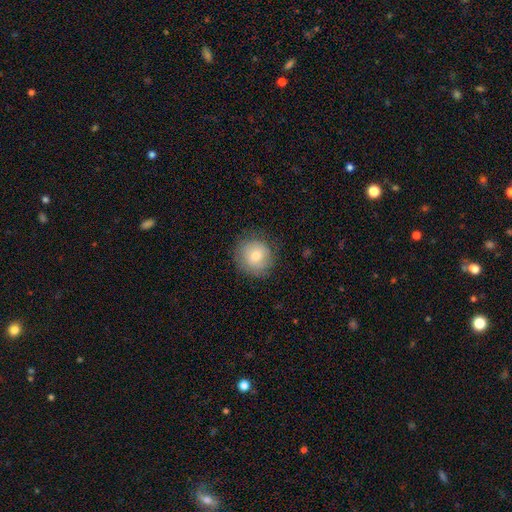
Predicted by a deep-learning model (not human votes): This appears to be a smooth galaxy with no disk features (74%) that is round (91%). Merging: none (80%).